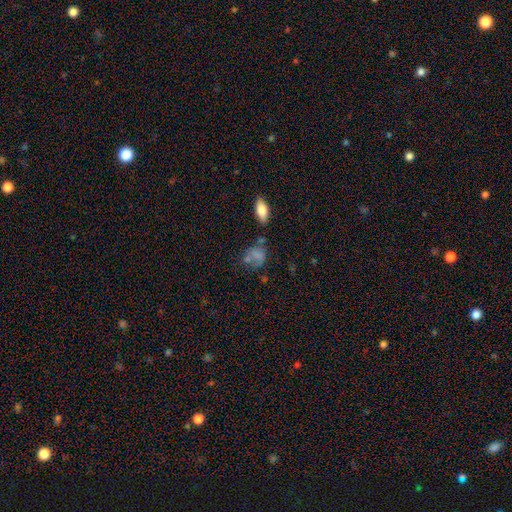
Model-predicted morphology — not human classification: Overall: smooth (69%). How rounded: in between (54%; round 44%). Merging: none (40%; minor disturbance 24%).